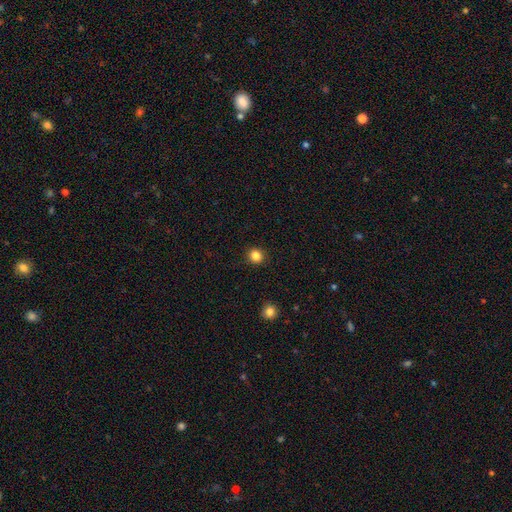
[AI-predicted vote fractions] Smooth or featured?
  - smooth: 84% *
  - star or artifact: 12%
  - featured or disk: 4%
How rounded?
  - round: 88% *
  - in between: 11%
  - cigar-shaped: 1%
Merging?
  - none: 91% *
  - minor disturbance: 6%
  - major disturbance: 2%
  - merger: 1%